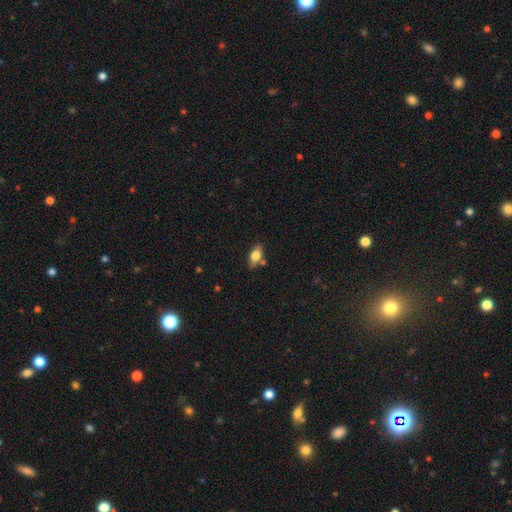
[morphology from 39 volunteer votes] Smooth or featured?
  - smooth: 62% *
  - featured or disk: 31%
  - star or artifact: 8%
How rounded?
  - in between: 88% *
  - cigar-shaped: 12%
  - round: 0%
Merging?
  - none: 61% *
  - minor disturbance: 28%
  - merger: 8%
  - major disturbance: 3%